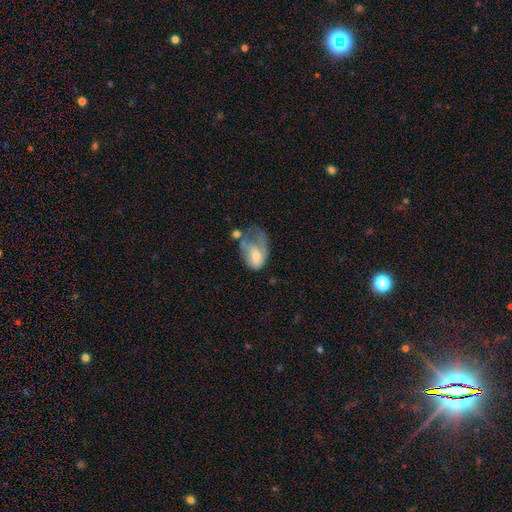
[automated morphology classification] Q: Smooth or featured?
A: smooth (51%); runner-up: featured or disk (41%)
Q: How rounded?
A: in between (83%); runner-up: round (15%)
Q: Merging?
A: major disturbance (50%); runner-up: minor disturbance (21%)